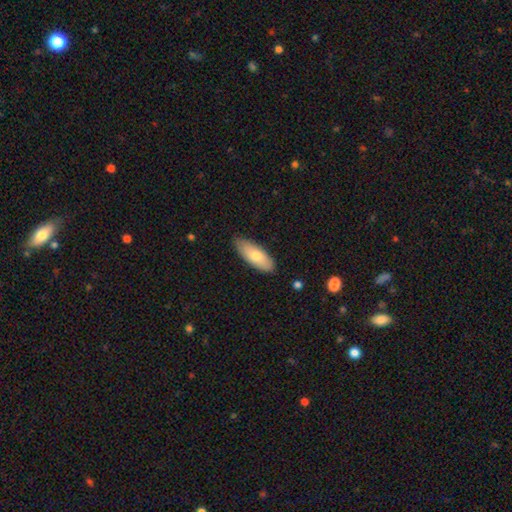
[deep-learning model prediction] Q: Smooth or featured?
A: smooth (73%); runner-up: featured or disk (21%)
Q: How rounded?
A: in between (75%); runner-up: cigar-shaped (23%)
Q: Merging?
A: none (83%); runner-up: minor disturbance (14%)